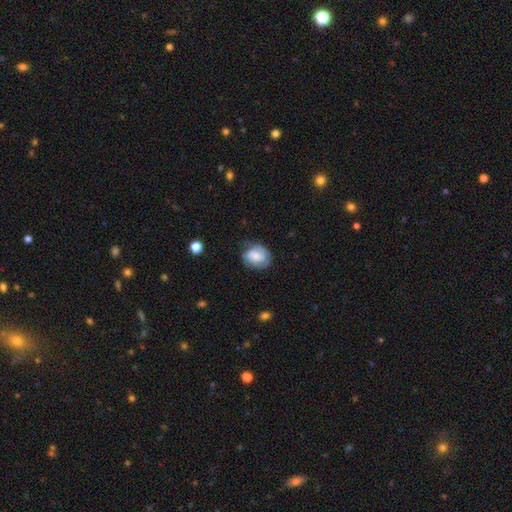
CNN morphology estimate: This appears to be a smooth galaxy with no disk features (53%) that is round (57%). Merging: none (62%).